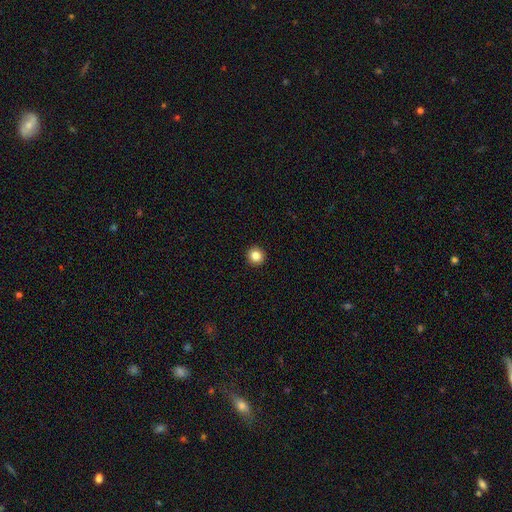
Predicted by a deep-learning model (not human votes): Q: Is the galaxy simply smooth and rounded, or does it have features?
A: smooth — 84%.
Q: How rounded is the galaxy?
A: round — 95%.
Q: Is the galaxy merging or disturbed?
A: none — 94%.